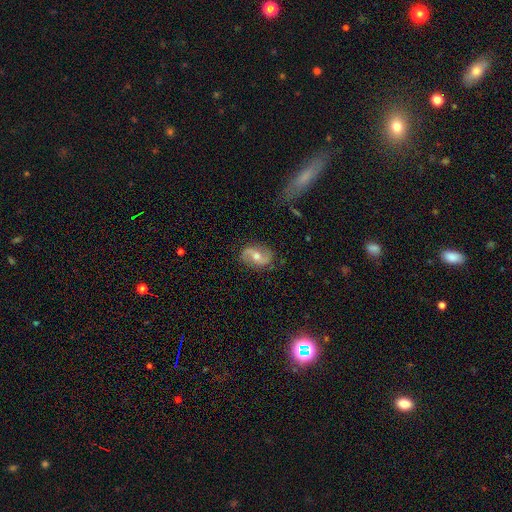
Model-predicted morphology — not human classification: This is likely a featured or disk galaxy (77%). It is clearly not viewed edge-on (97%). Bar: marginally weak (42%). Spiral arm pattern: clearly yes (92%). Spiral arm count: clearly 2 (92%). Spiral winding: possibly loose (54%). Central bulge: likely moderate (70%). Merging: clearly none (81%).